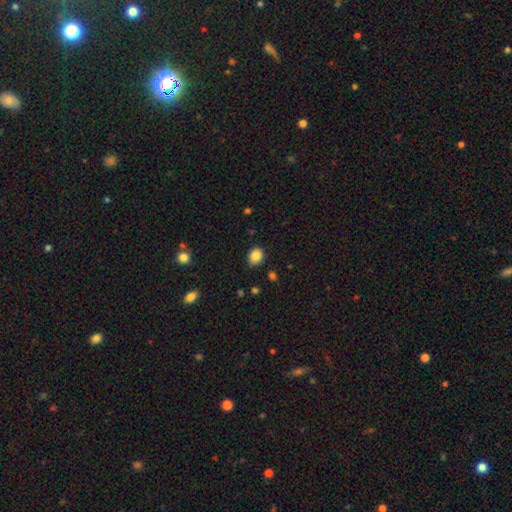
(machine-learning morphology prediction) smooth_or_featured: smooth (p=0.85) [alt: star or artifact p=0.10]
how_rounded: round (p=0.51) [alt: in between p=0.48]
merging: none (p=0.82) [alt: minor disturbance p=0.14]